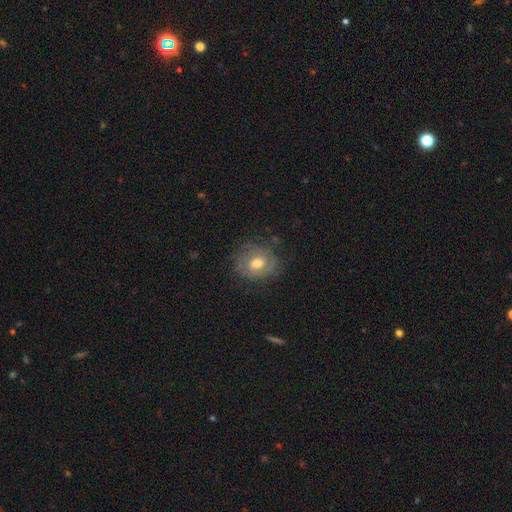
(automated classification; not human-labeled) A smooth galaxy with no disk features (51%) that is round (81%). Merging: none (85%).